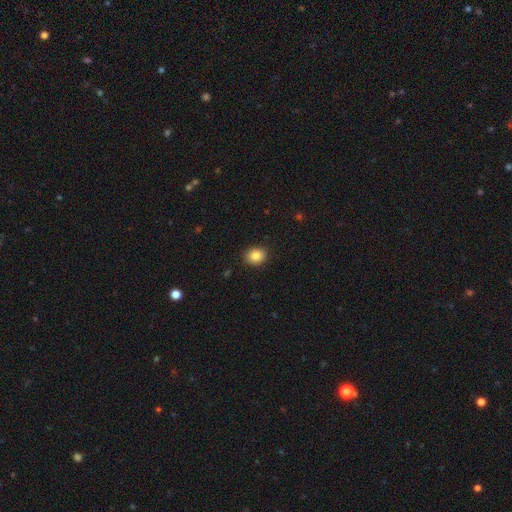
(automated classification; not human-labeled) A smooth galaxy with no disk features (85%) that is round (61%). Merging: none (90%).